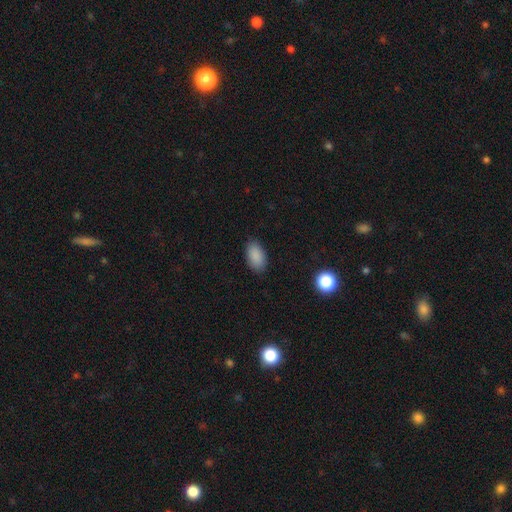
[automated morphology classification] Q: Smooth or featured?
A: smooth (89%); runner-up: star or artifact (8%)
Q: How rounded?
A: in between (93%); runner-up: round (5%)
Q: Merging?
A: none (86%); runner-up: minor disturbance (10%)